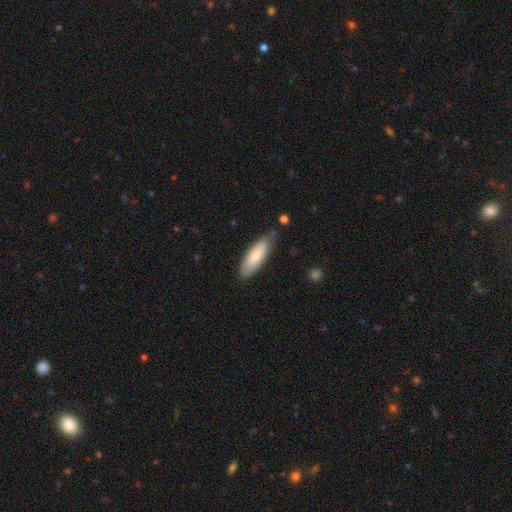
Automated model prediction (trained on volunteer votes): This is clearly a smooth galaxy (80%). How rounded: possibly in between (57%). Merging: clearly none (80%).